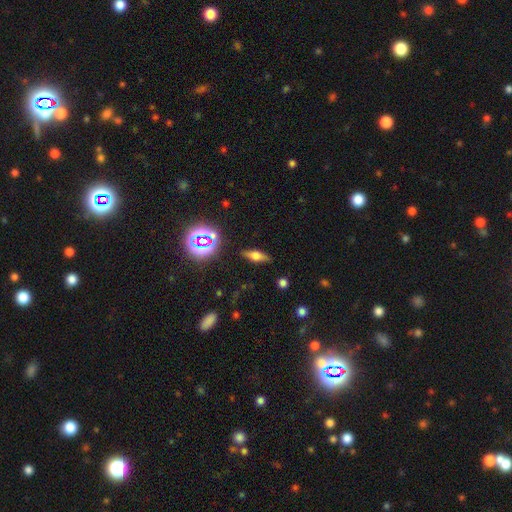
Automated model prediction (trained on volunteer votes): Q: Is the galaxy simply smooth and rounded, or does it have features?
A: smooth — 49%.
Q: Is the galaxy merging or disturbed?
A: none — 86%.